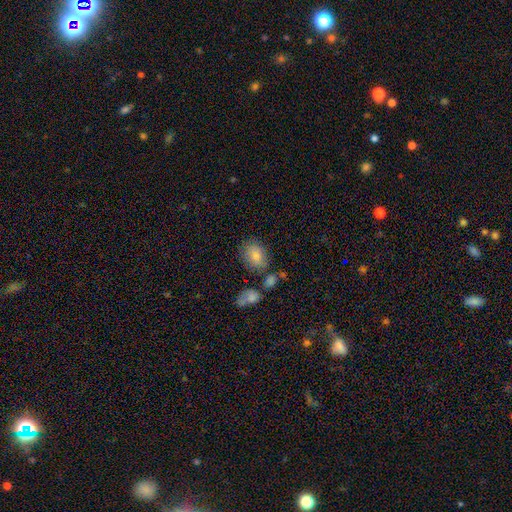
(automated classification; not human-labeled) A smooth galaxy with no disk features (80%) that is in between round and cigar-shaped (67%).

Vote fractions:
- Smooth or featured? smooth: 80% / featured or disk: 12% / star or artifact: 9%
- How rounded? in between: 67% / round: 31% / cigar-shaped: 1%
- Merging? none: 66% / minor disturbance: 18% / merger: 10% / major disturbance: 6%